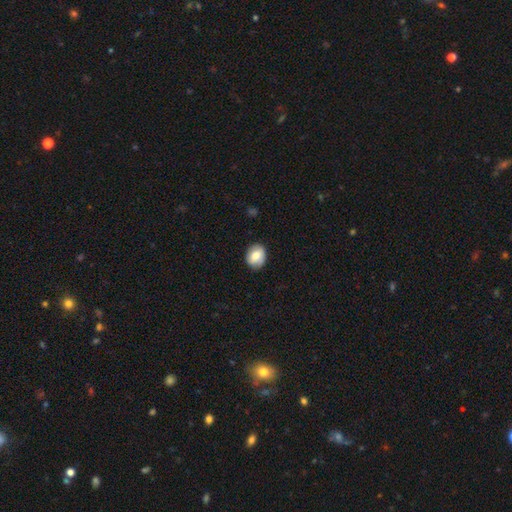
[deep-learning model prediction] smooth 73%, featured or disk 19%, star or artifact 8%. Down the decision tree: how rounded — round (50%); merging — none (87%).